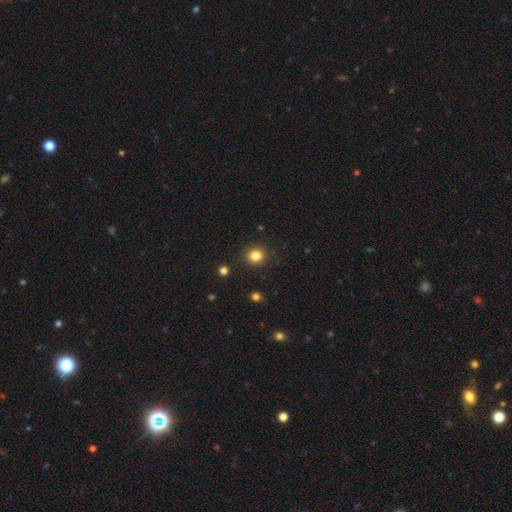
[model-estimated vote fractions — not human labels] Smooth or featured: smooth — 83% (star or artifact — 12%)
How rounded: round — 88% (in between — 11%)
Merging: none — 91% (minor disturbance — 6%)